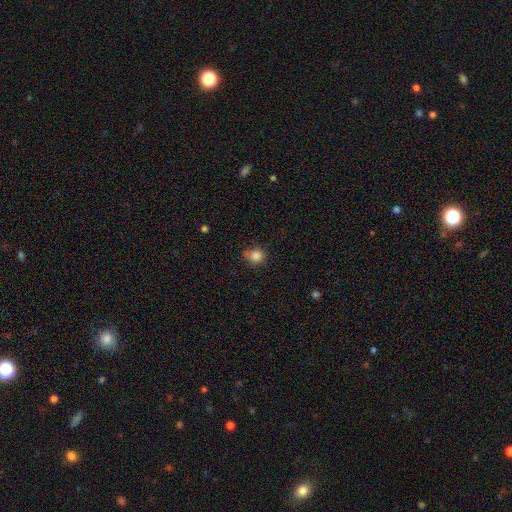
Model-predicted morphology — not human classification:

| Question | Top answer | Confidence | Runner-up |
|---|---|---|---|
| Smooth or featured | smooth | 85% | star or artifact (11%) |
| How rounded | round | 76% | in between (23%) |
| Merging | none | 64% | minor disturbance (27%) |